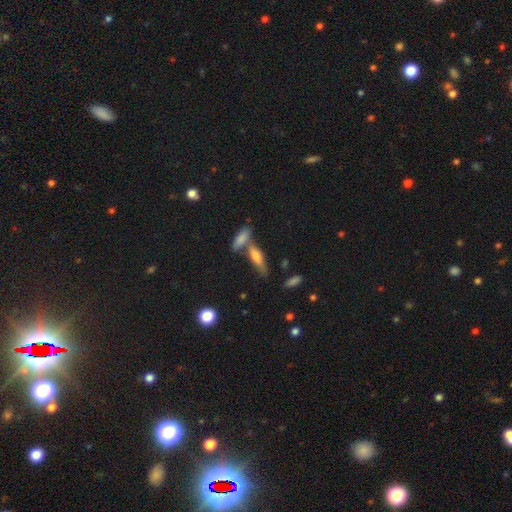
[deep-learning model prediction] The model was most divided on "merging": none: 51%, merger: 35%, minor disturbance: 11%, major disturbance: 4%. More confident: how rounded — cigar-shaped (58%); smooth or featured — smooth (57%).